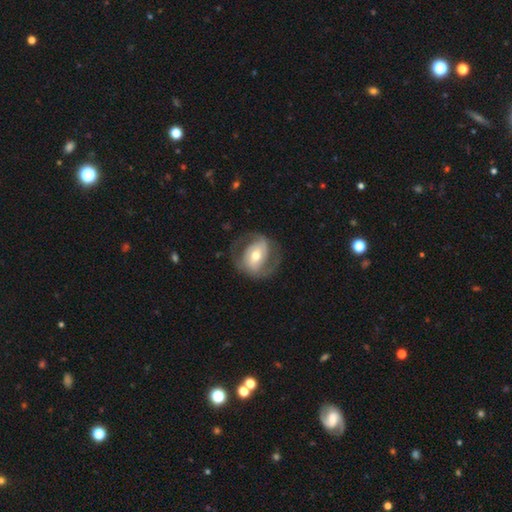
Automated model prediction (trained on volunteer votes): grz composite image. It shows a featured or disk galaxy (72%) with a weak bar (36%), 2 (83%) medium (47%) spiral arms (79%) and a moderate central bulge (68%). Merging: none (68%).